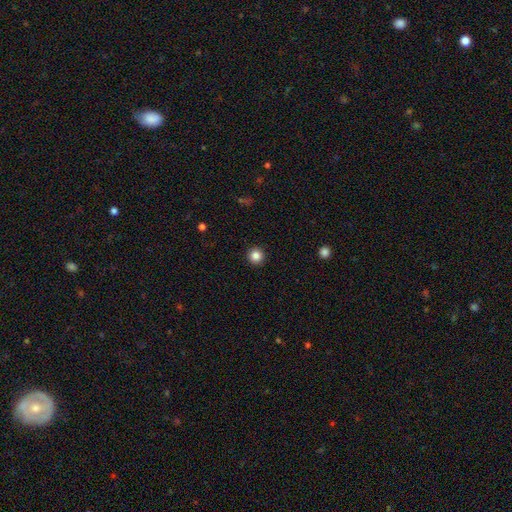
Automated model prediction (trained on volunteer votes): A smooth galaxy with no disk features (85%) that is round (96%). Merging: none (93%).